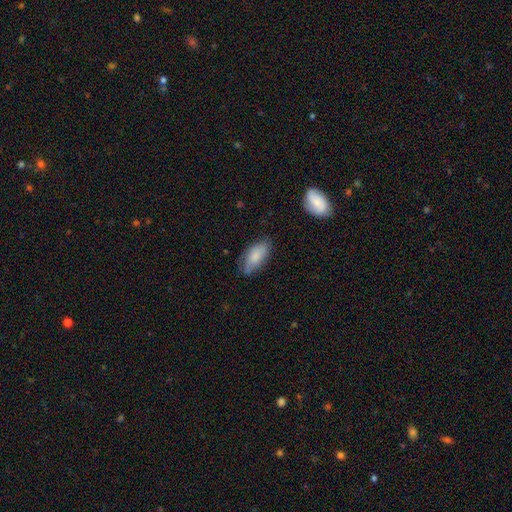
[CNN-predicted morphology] The model was most divided on "merging": none: 67%, minor disturbance: 26%, major disturbance: 6%, merger: 2%. More confident: how rounded — in between (88%); smooth or featured — smooth (80%).